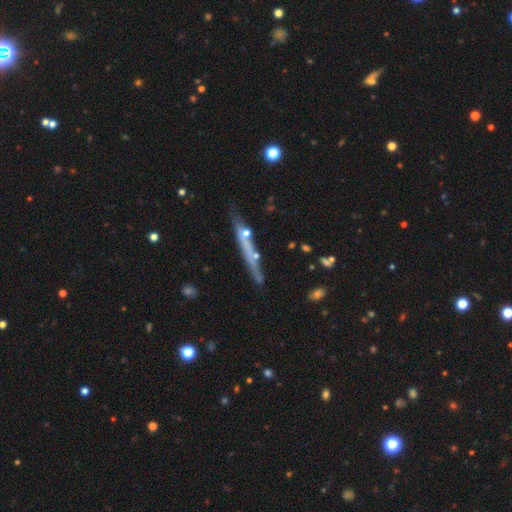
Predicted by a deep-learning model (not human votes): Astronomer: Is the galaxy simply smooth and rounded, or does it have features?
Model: featured or disk — 54% (runner-up: smooth, 35%).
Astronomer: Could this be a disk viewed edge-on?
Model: yes — 90%.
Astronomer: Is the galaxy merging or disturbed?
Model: none — 73%.